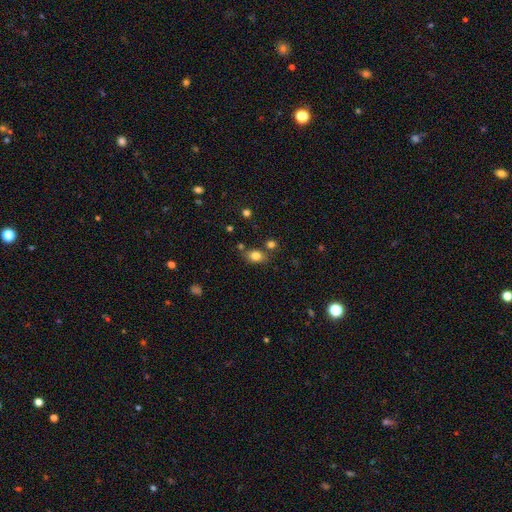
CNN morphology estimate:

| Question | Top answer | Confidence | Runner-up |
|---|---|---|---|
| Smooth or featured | smooth | 81% | star or artifact (12%) |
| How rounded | in between | 64% | round (34%) |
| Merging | none | 71% | minor disturbance (15%) |